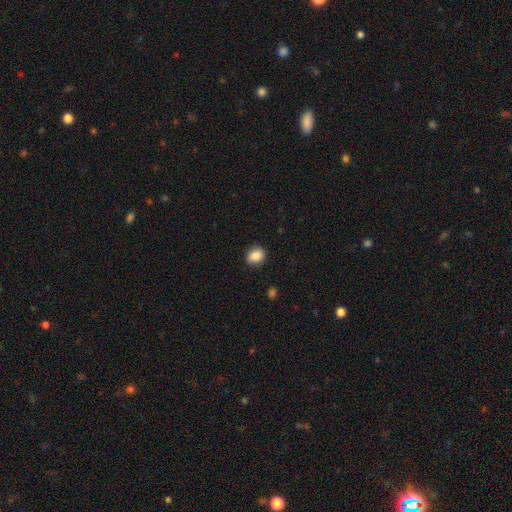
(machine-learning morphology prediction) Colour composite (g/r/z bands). It shows a smooth galaxy with no disk features (87%) that is round (51%). Merging: none (87%).